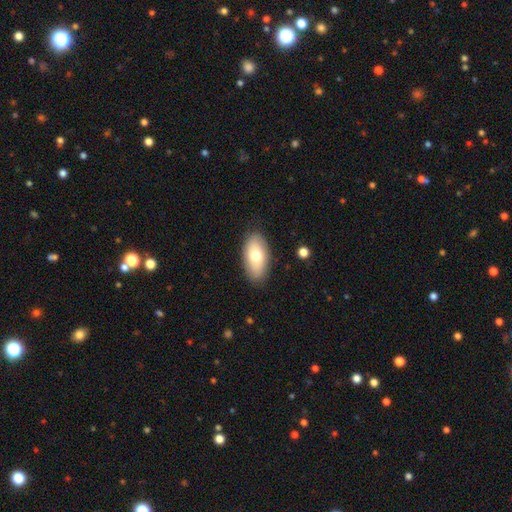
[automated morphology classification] smooth_or_featured: smooth (p=0.71) [alt: featured or disk p=0.22]
how_rounded: in between (p=0.93) [alt: round p=0.04]
merging: none (p=0.85) [alt: minor disturbance p=0.11]